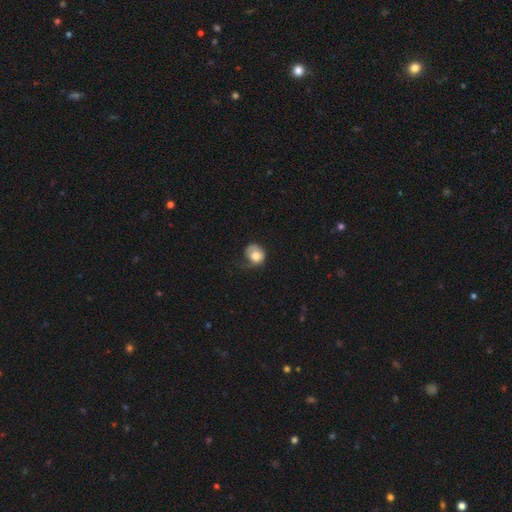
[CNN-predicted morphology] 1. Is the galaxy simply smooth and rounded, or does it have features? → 70% smooth, 23% featured or disk, 8% star or artifact.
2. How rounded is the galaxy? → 68% round, 31% in between, 1% cigar-shaped.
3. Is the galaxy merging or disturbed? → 35% minor disturbance, 33% none, 30% major disturbance, 2% merger.